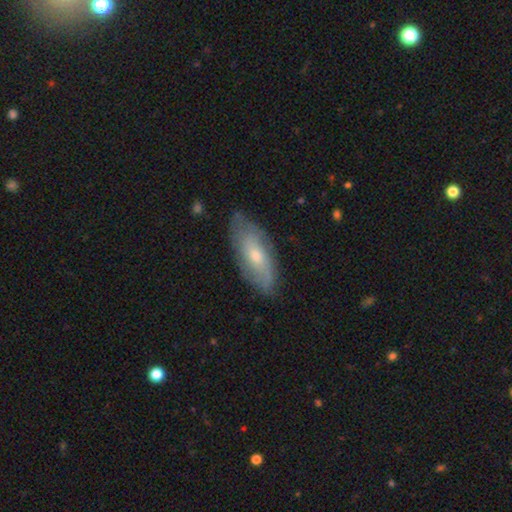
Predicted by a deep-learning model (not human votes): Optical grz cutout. It shows a featured or disk galaxy (54%). Merging: none (74%).